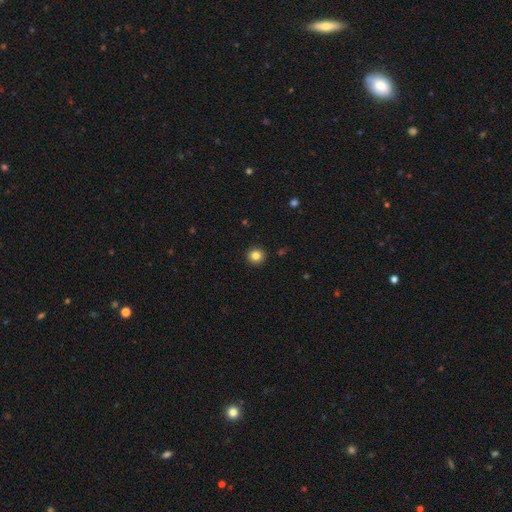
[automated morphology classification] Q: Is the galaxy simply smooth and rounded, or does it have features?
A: smooth — 83%.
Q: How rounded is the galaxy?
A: round — 94%.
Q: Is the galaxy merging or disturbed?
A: none — 93%.